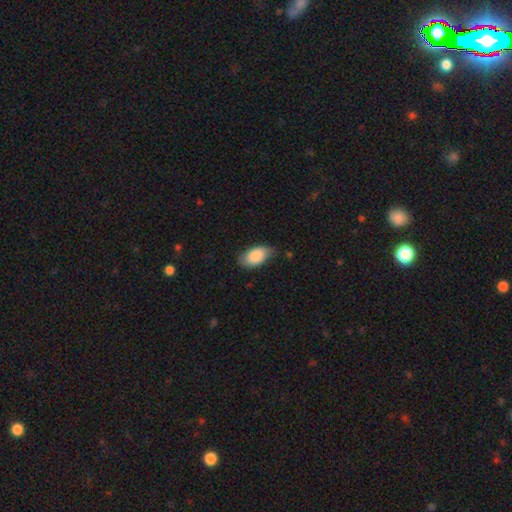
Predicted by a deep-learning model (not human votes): smooth 87%, featured or disk 7%, star or artifact 6%. Down the decision tree: how rounded — in between (94%); merging — none (66%).